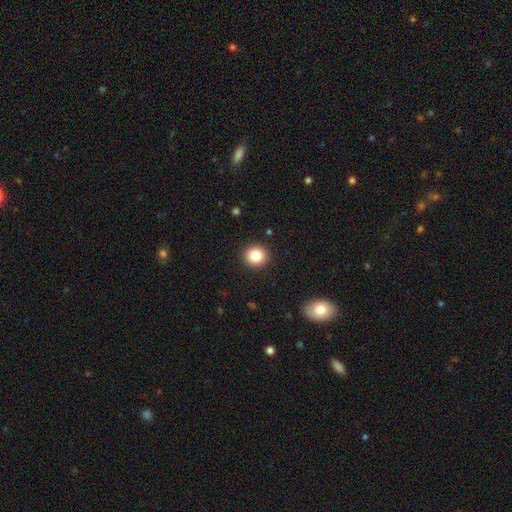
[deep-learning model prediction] Smooth or featured? Predicted: smooth (p=0.84). How rounded? Predicted: round (p=0.88). Merging? Predicted: none (p=0.91).